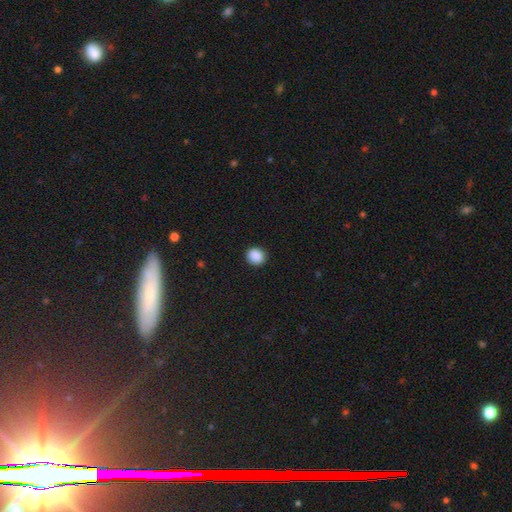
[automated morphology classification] This appears to be a smooth galaxy with no disk features (89%) that is round (83%). Merging: none (91%).